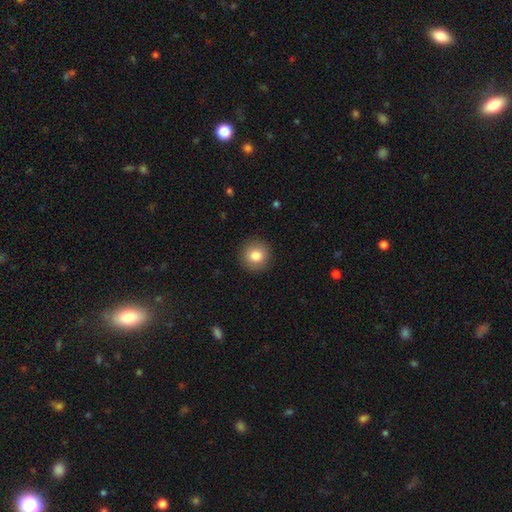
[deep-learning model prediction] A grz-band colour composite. It shows a smooth galaxy with no disk features (83%) that is round (94%). Merging: none (92%).